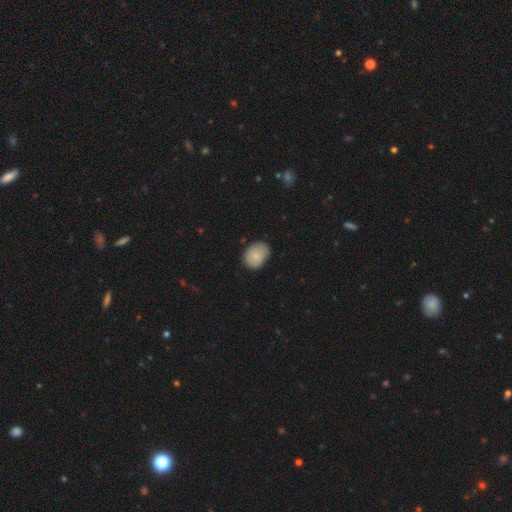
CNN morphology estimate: Smooth or featured? smooth (83%)
How rounded? in between (64%)
Merging? none (73%)